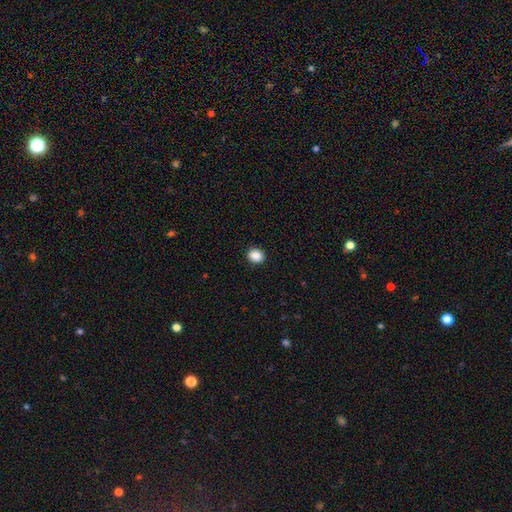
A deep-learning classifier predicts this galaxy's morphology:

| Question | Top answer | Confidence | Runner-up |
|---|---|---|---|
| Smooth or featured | smooth | 88% | star or artifact (9%) |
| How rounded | round | 73% | in between (26%) |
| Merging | none | 92% | minor disturbance (6%) |